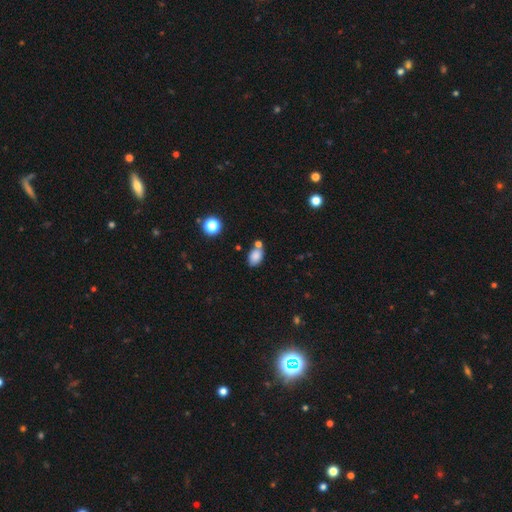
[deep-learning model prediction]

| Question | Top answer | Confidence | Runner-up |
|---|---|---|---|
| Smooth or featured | smooth | 83% | star or artifact (10%) |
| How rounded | in between | 82% | round (17%) |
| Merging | none | 60% | merger (20%) |